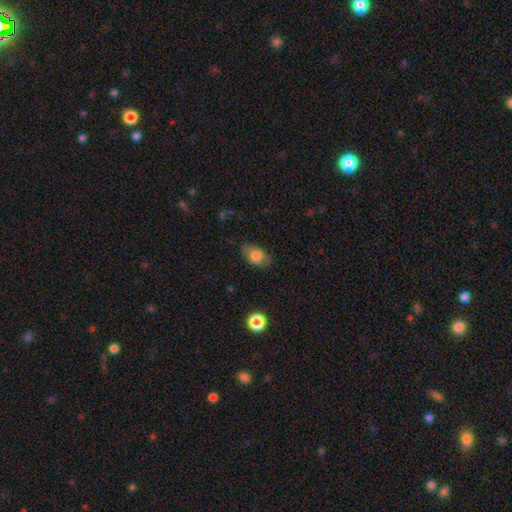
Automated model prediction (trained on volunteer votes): Overall: smooth (77%). How rounded: in between (86%). Merging: none (79%).